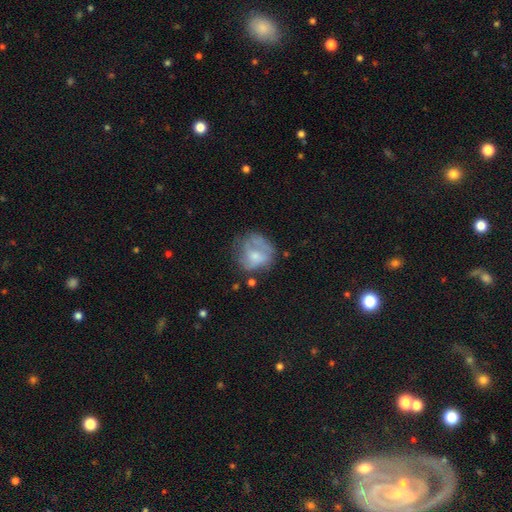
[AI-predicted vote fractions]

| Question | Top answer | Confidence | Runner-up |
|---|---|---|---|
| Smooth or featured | smooth | 50% | featured or disk (41%) |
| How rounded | round | 71% | in between (28%) |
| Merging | none | 41% | minor disturbance (26%) |